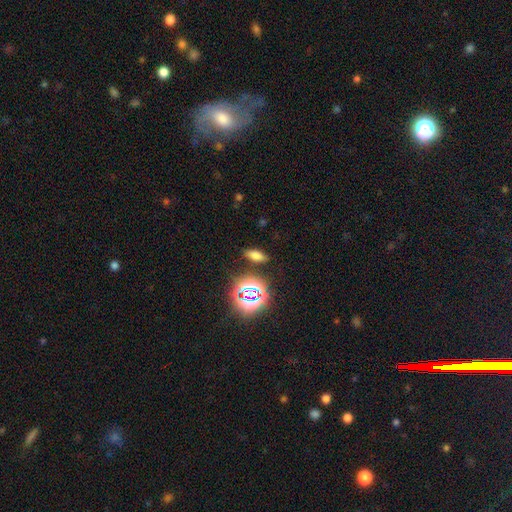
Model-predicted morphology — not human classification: Smooth or featured? smooth (63%)
How rounded? in between (70%)
Merging? none (85%)